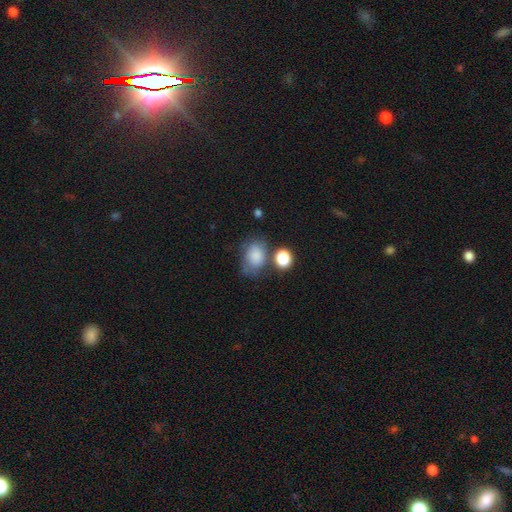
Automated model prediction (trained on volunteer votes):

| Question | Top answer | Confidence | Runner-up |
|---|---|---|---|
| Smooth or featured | smooth | 83% | featured or disk (9%) |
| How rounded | in between | 70% | round (29%) |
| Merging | none | 51% | minor disturbance (24%) |